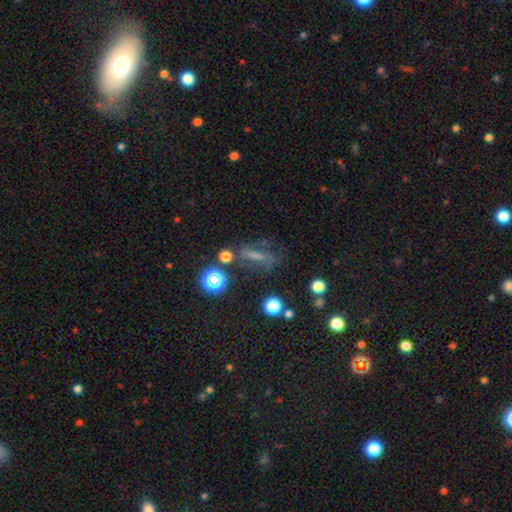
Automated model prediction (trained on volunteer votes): A smooth galaxy with no disk features (42%). Merging: none (53%).